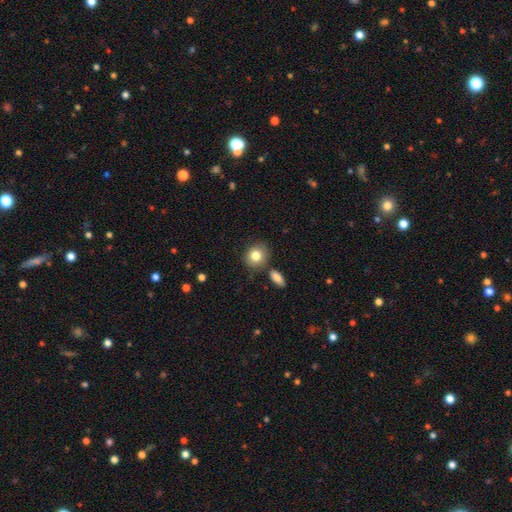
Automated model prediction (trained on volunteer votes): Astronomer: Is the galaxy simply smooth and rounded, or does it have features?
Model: smooth — 82%.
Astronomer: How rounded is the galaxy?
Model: round — 74%.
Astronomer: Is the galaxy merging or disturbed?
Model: none — 78%.